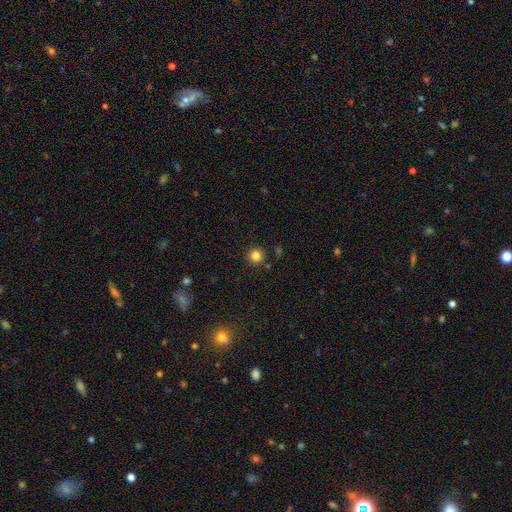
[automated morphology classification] Smooth or featured?
  - smooth: 83% *
  - star or artifact: 13%
  - featured or disk: 5%
How rounded?
  - round: 95% *
  - in between: 4%
  - cigar-shaped: 1%
Merging?
  - none: 89% *
  - minor disturbance: 6%
  - merger: 3%
  - major disturbance: 2%